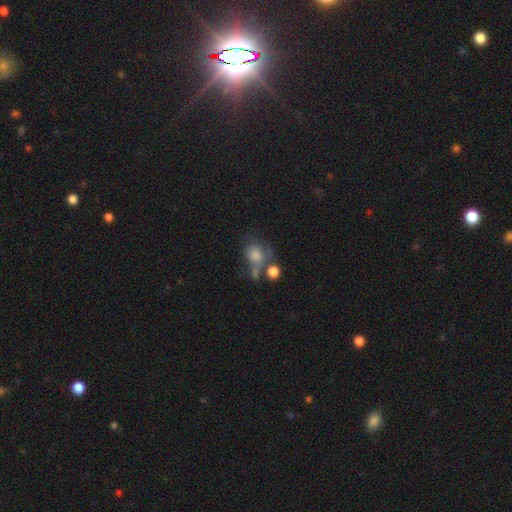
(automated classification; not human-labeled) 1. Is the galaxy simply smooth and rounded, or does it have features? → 69% smooth, 17% featured or disk, 14% star or artifact.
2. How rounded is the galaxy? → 61% round, 38% in between, 2% cigar-shaped.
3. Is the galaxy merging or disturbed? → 35% none, 26% merger, 20% major disturbance, 18% minor disturbance.